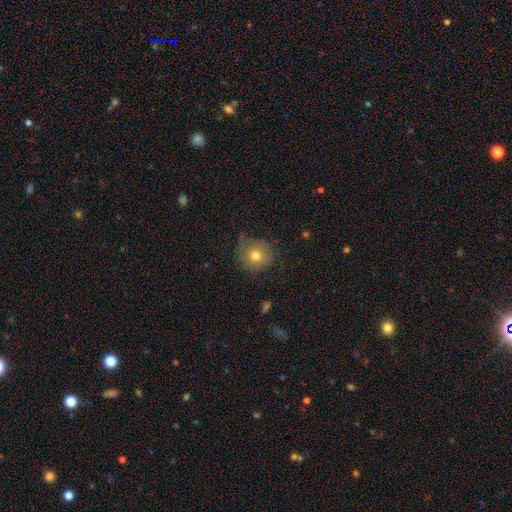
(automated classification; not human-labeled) The model was most divided on "merging": none: 69%, minor disturbance: 22%, major disturbance: 7%, merger: 2%. More confident: how rounded — round (90%); smooth or featured — smooth (75%).